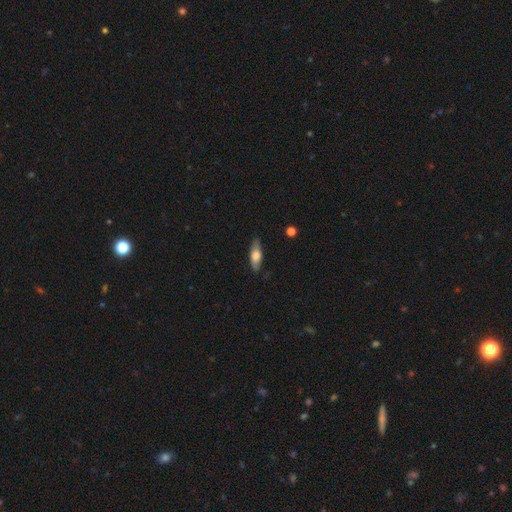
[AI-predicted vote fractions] A smooth galaxy with no disk features (65%) that is in between round and cigar-shaped (59%). Merging: none (82%).